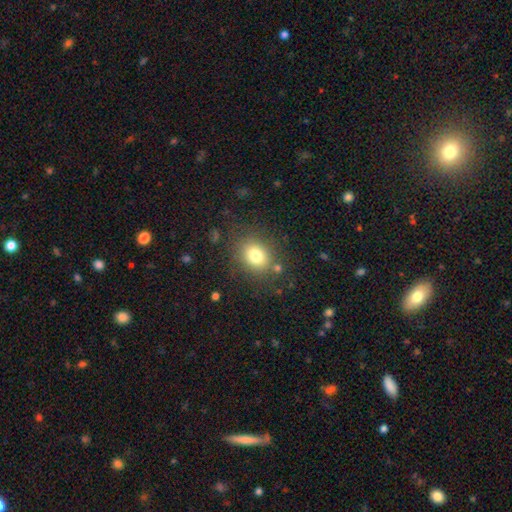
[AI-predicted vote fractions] Morphology: type=smooth (77%); roundness=round (57%); merging=none (79%).